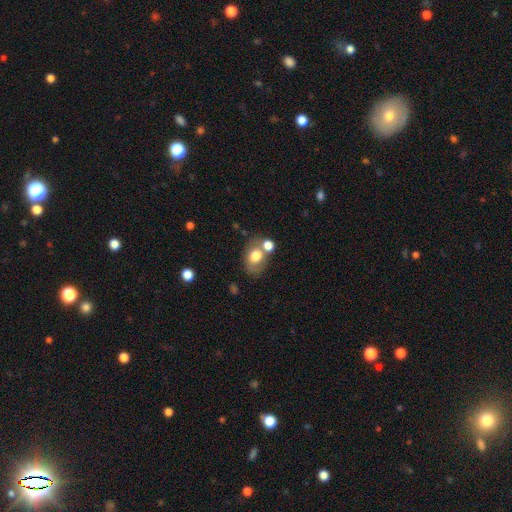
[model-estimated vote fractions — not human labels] A smooth galaxy with no disk features (71%) that is in between round and cigar-shaped (60%).

Vote fractions:
- Smooth or featured? smooth: 71% / featured or disk: 19% / star or artifact: 10%
- How rounded? in between: 60% / round: 39% / cigar-shaped: 1%
- Merging? none: 48% / merger: 28% / minor disturbance: 16% / major disturbance: 8%